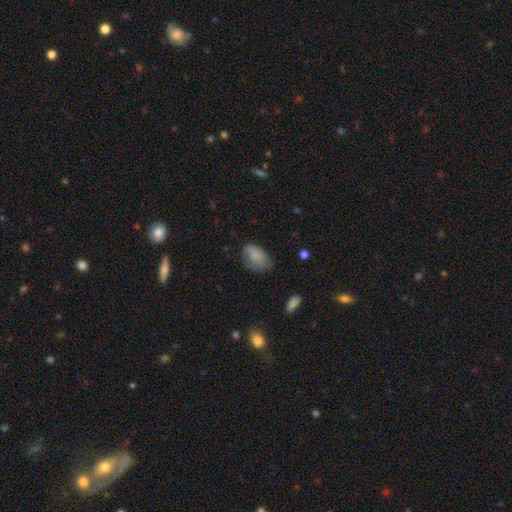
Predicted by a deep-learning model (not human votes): Smooth or featured?
  - smooth: 81% *
  - featured or disk: 11%
  - star or artifact: 7%
How rounded?
  - in between: 90% *
  - round: 8%
  - cigar-shaped: 2%
Merging?
  - none: 54% *
  - minor disturbance: 34%
  - major disturbance: 10%
  - merger: 2%